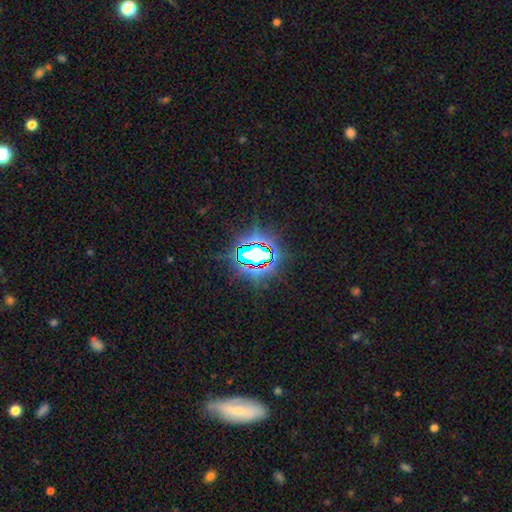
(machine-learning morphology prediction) Q: Smooth or featured?
A: star or artifact (77%); runner-up: smooth (12%)